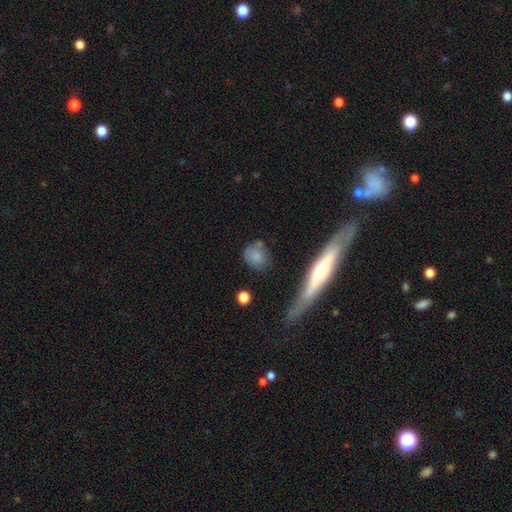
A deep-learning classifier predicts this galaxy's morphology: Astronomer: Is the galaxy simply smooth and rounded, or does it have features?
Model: smooth — 78%.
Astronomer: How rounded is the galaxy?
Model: round — 51% (runner-up: in between, 45%).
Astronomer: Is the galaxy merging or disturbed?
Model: none — 60%.